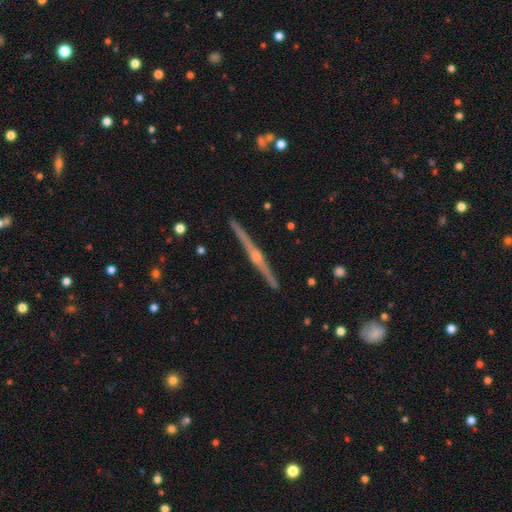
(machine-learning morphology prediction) Overall: featured or disk (87%). Edge-on disk: yes (99%). Edge-on bulge: rounded (87%). Merging: none (92%).